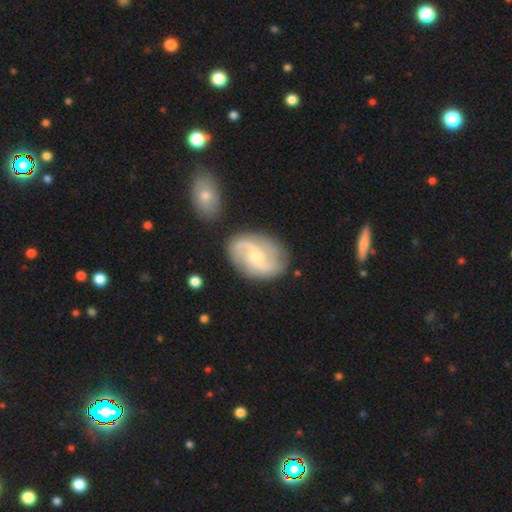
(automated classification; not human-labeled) This is clearly a featured or disk galaxy (83%). It is clearly not viewed edge-on (97%). Bar: possibly no (52%). Spiral arm pattern: clearly yes (96%). Spiral arm count: likely 2 (69%). Spiral winding: possibly medium (45%). Central bulge: possibly small (59%). Merging: likely none (77%).